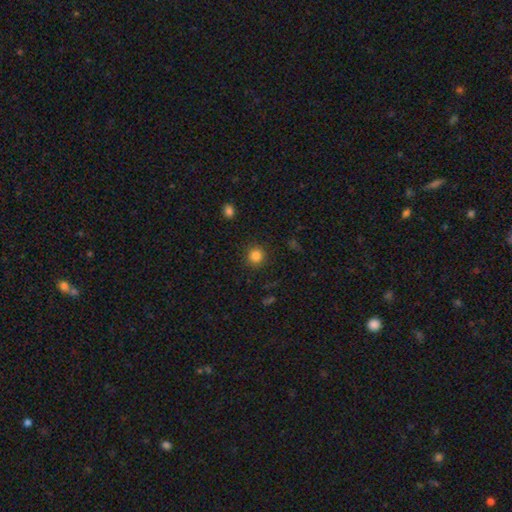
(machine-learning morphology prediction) smooth_or_featured: smooth (p=0.84) [alt: star or artifact p=0.12]
how_rounded: round (p=0.92) [alt: in between p=0.07]
merging: none (p=0.89) [alt: minor disturbance p=0.07]